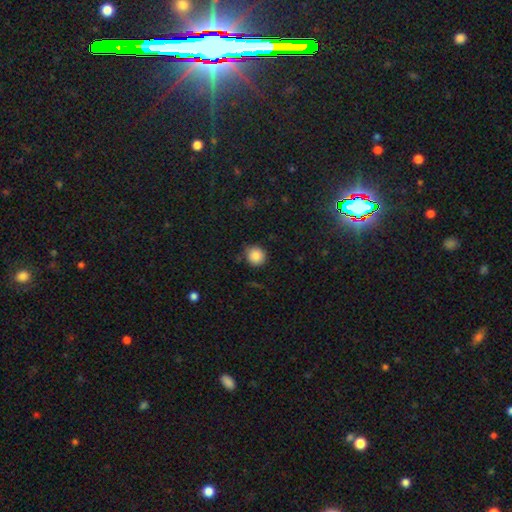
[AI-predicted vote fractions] Q: Smooth or featured?
A: smooth (87%); runner-up: star or artifact (9%)
Q: How rounded?
A: round (91%); runner-up: in between (8%)
Q: Merging?
A: none (84%); runner-up: minor disturbance (12%)